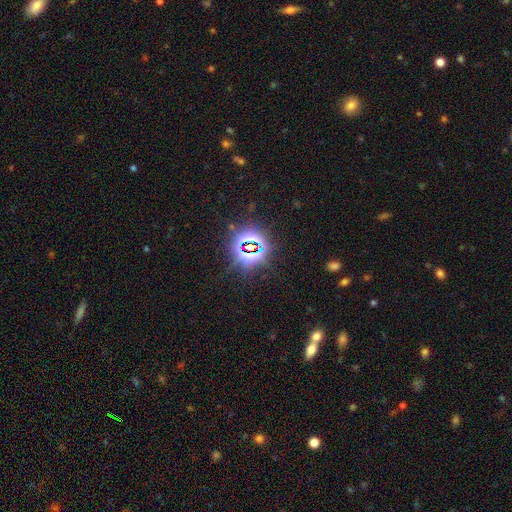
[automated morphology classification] smooth-or-featured: star or artifact: 77% | smooth: 14% | featured or disk: 9%